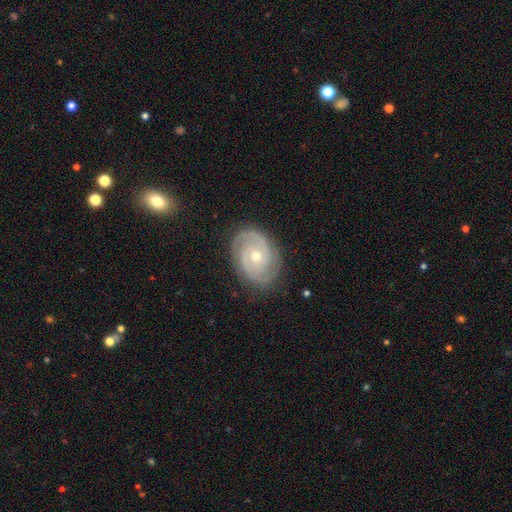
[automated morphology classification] A featured or disk galaxy (91%) with no bar (70%), 2 (78%) tight (71%) spiral arms (98%) and a moderate central bulge (56%). Merging: none (84%).